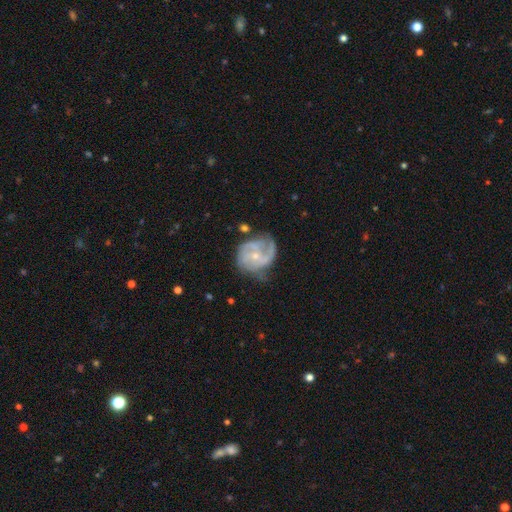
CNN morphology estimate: Smooth or featured: featured or disk — 81% (smooth — 13%)
Edge-on disk: no — 98% (yes — 2%)
Bar: no — 61% (weak — 32%)
Spiral arms: yes — 92% (no — 8%)
Spiral winding: medium — 45% (tight — 36%)
Spiral arm count: 2 — 37% (3 — 27%)
Bulge size: small — 70% (moderate — 25%)
Merging: none — 50% (minor disturbance — 28%)